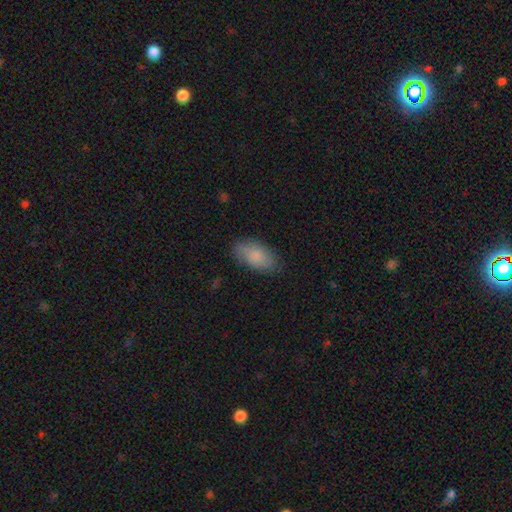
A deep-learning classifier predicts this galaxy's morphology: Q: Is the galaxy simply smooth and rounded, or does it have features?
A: smooth — 82%.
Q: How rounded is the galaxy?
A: in between — 93%.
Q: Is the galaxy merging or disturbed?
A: none — 78%.